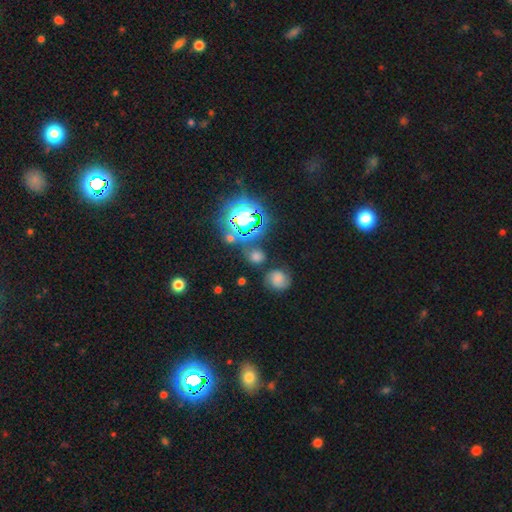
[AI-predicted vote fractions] Morphology: type=smooth (53%); roundness=round (77%); merging=none (69%).